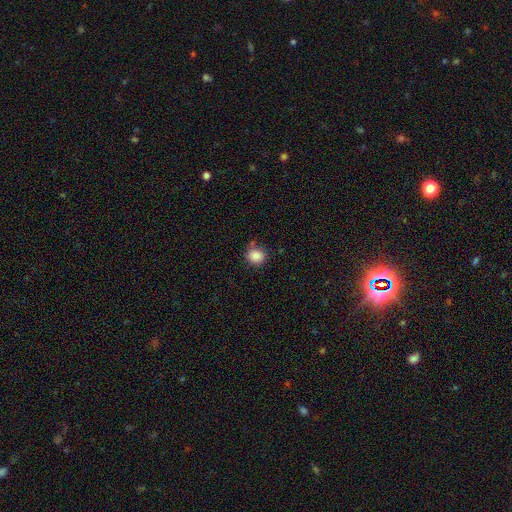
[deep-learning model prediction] This appears to be a smooth galaxy with no disk features (85%) that is round (86%). Merging: none (77%).